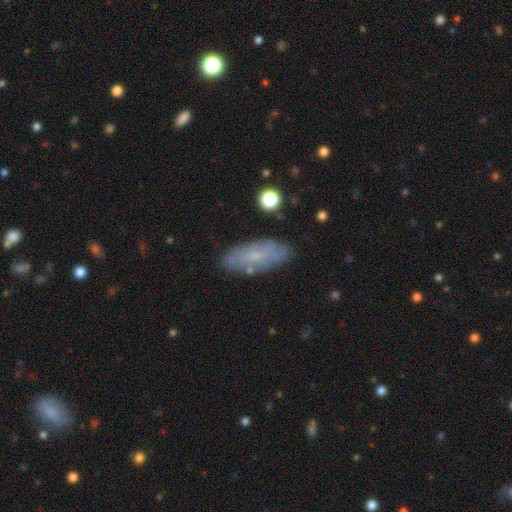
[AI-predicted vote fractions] Overall: smooth (49%; featured or disk 43%). Merging: none (80%).